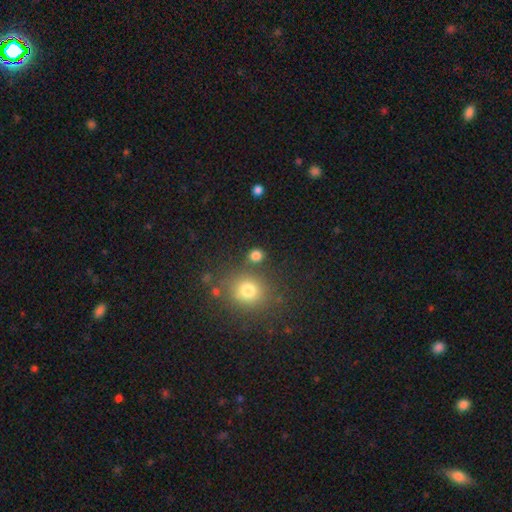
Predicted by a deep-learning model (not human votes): smooth_or_featured: smooth (p=0.79) [alt: star or artifact p=0.15]
how_rounded: round (p=0.78) [alt: in between p=0.20]
merging: none (p=0.75) [alt: merger p=0.11]